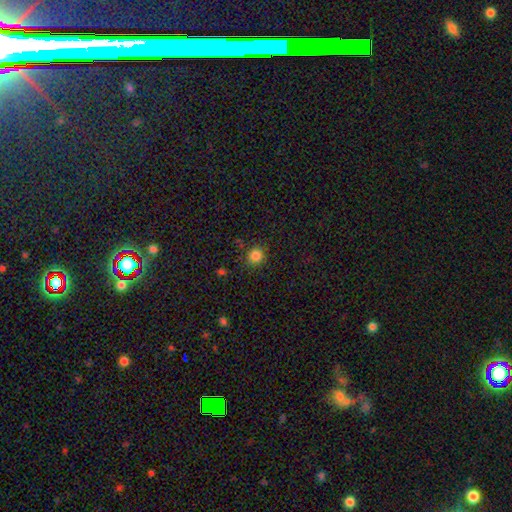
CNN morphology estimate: Smooth or featured? Predicted: smooth (p=0.82). How rounded? Predicted: round (p=0.91). Merging? Predicted: none (p=0.86).